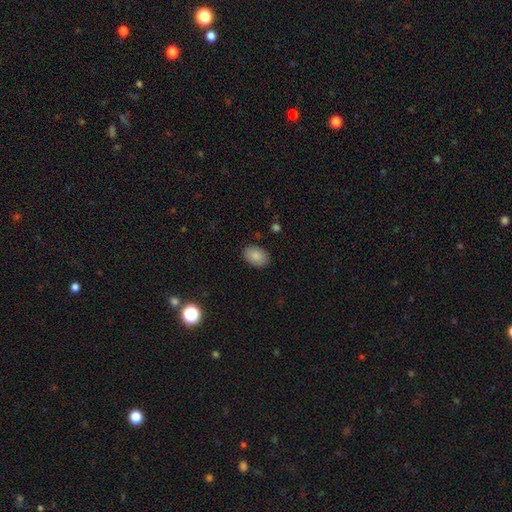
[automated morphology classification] Q: Smooth or featured?
A: smooth (86%); runner-up: star or artifact (8%)
Q: How rounded?
A: in between (83%); runner-up: round (16%)
Q: Merging?
A: none (87%); runner-up: minor disturbance (9%)